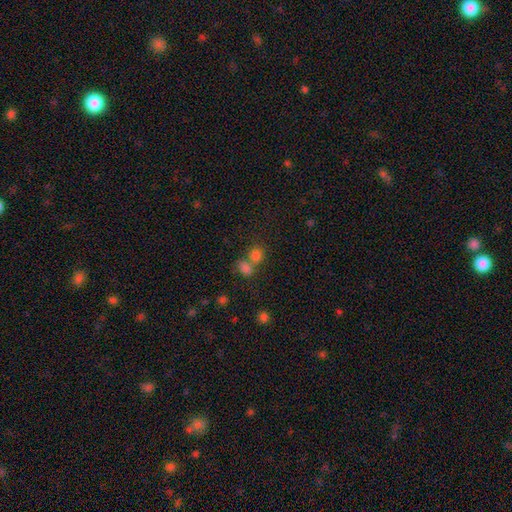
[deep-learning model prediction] Smooth or featured? Predicted: smooth (p=0.77). How rounded? Predicted: round (p=0.72). Merging? Predicted: none (p=0.44, tied with merger).